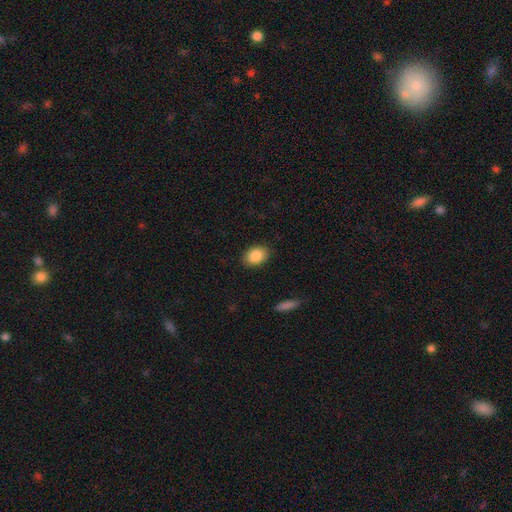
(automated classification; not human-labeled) Smooth or featured? smooth (88%)
How rounded? in between (76%)
Merging? none (87%)